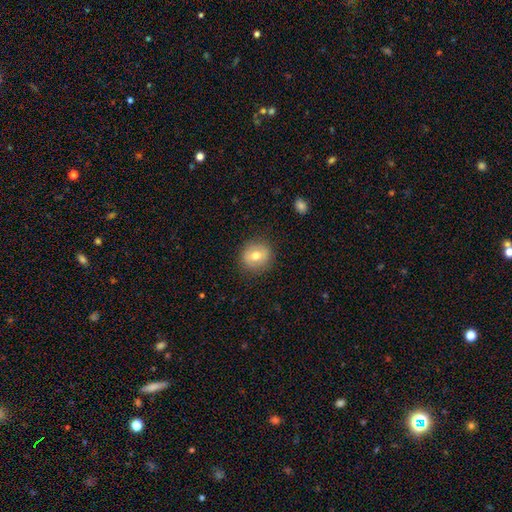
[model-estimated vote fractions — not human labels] Smooth or featured? smooth (67%)
How rounded? round (87%)
Merging? none (86%)